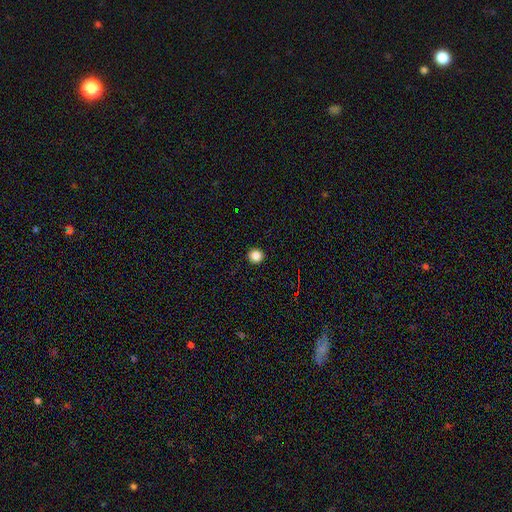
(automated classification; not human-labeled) Smooth or featured: smooth — 85% (star or artifact — 11%)
How rounded: round — 94% (in between — 5%)
Merging: none — 93% (minor disturbance — 4%)